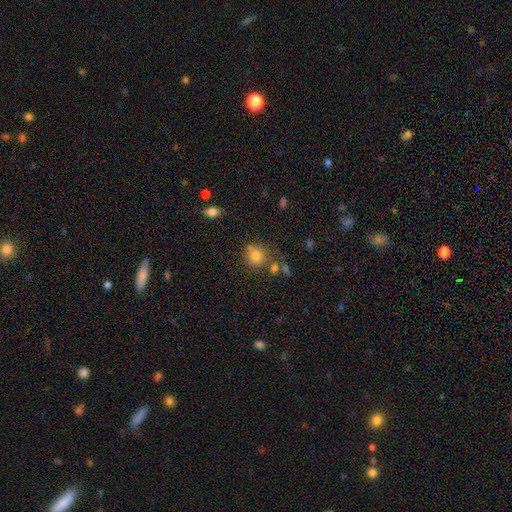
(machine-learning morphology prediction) A smooth galaxy with no disk features (81%) that is round (83%). Merging: none (69%).